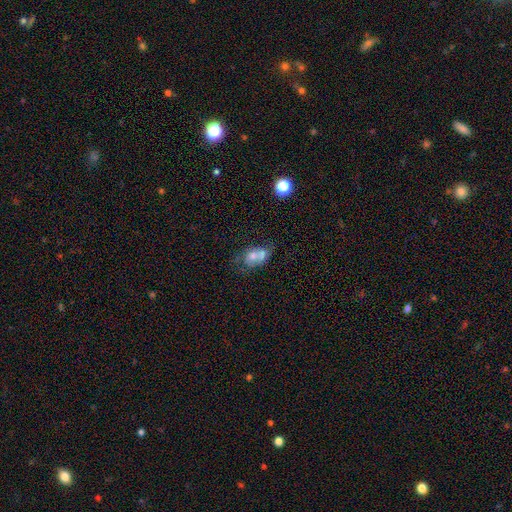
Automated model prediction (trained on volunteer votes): Overall: smooth (53%; featured or disk 35%). How rounded: in between (67%; round 31%). Merging: merger (49%; none 26%).